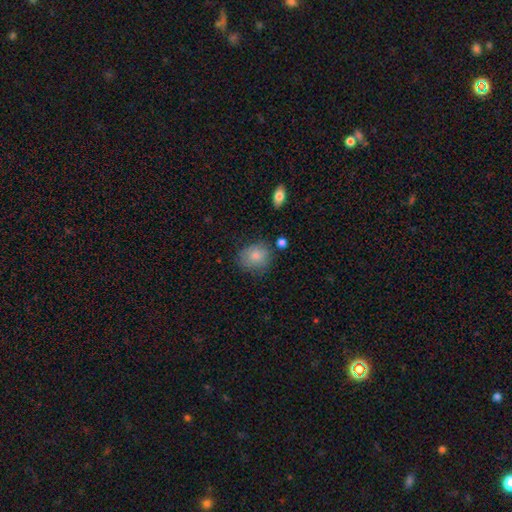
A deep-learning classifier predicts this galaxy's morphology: This is clearly a smooth galaxy (81%). How rounded: likely round (68%). Merging: likely none (69%).